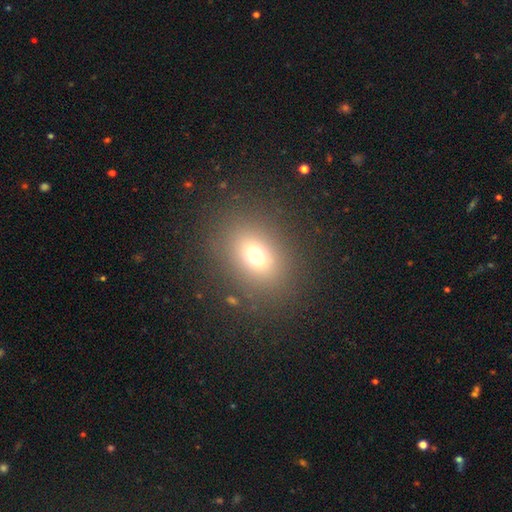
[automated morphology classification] A smooth galaxy with no disk features (68%) that is in between round and cigar-shaped (54%). Merging: none (83%).